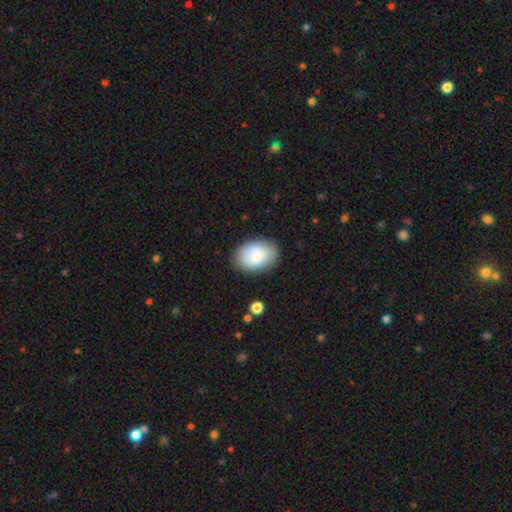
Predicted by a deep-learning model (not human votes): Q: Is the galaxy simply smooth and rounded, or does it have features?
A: smooth — 81%.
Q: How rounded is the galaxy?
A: in between — 73%.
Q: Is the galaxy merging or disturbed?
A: none — 81%.